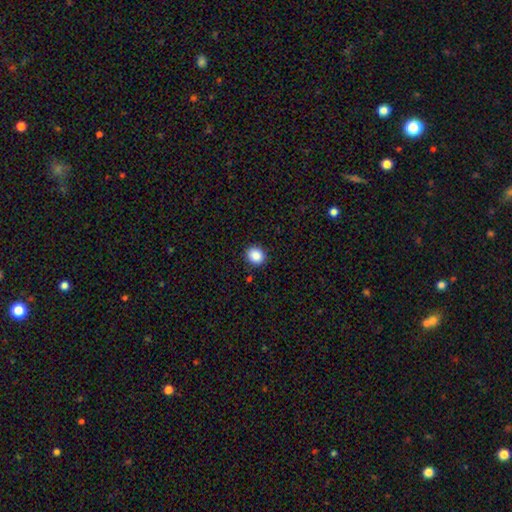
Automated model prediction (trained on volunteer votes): Smooth or featured?
  - smooth: 87% *
  - star or artifact: 9%
  - featured or disk: 3%
How rounded?
  - round: 81% *
  - in between: 19%
  - cigar-shaped: 1%
Merging?
  - none: 91% *
  - minor disturbance: 6%
  - major disturbance: 2%
  - merger: 1%